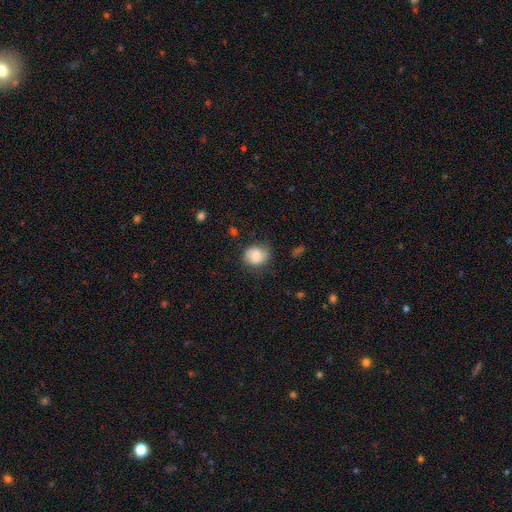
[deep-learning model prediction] This is likely a smooth galaxy (62%). How rounded: likely round (66%). Merging: likely none (64%).